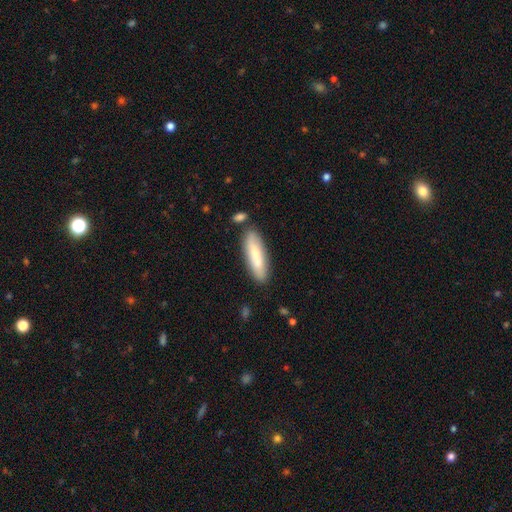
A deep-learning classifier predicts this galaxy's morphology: smooth-or-featured: smooth: 74% | featured or disk: 21% | star or artifact: 6%
  how-rounded: cigar-shaped: 63% | in between: 35% | round: 2%
  merging: none: 80% | minor disturbance: 12% | merger: 6% | major disturbance: 3%